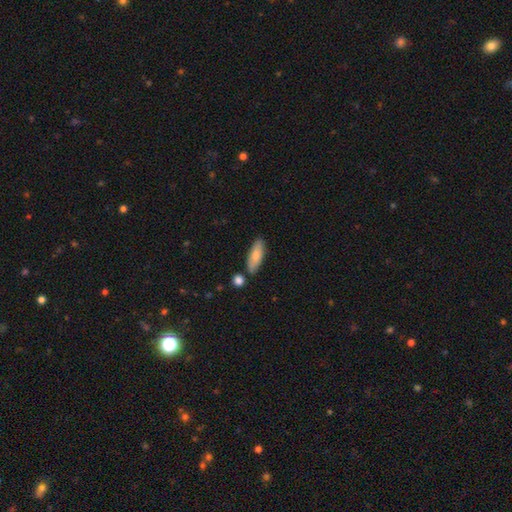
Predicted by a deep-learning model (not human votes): Overall: smooth (77%). How rounded: in between (62%; cigar-shaped 35%). Merging: none (80%).